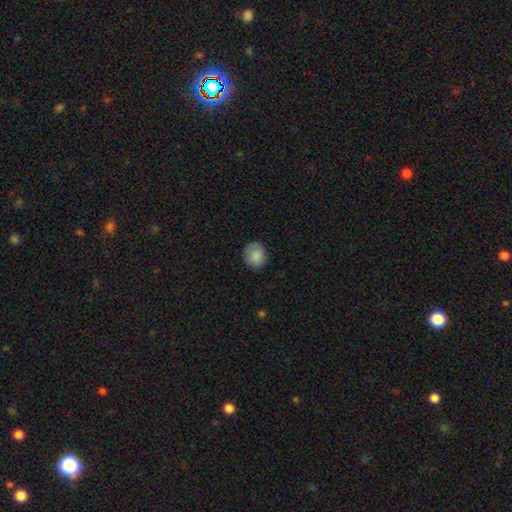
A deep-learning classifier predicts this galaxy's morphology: Overall: smooth (87%). How rounded: round (80%). Merging: none (85%).